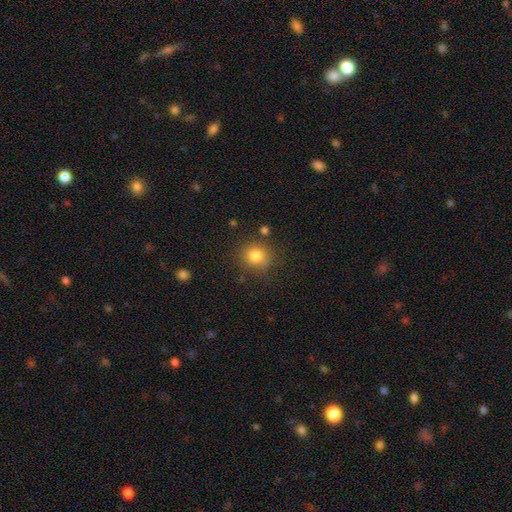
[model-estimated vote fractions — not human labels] Q: Smooth or featured?
A: smooth (81%); runner-up: star or artifact (12%)
Q: How rounded?
A: round (85%); runner-up: in between (14%)
Q: Merging?
A: none (79%); runner-up: minor disturbance (12%)